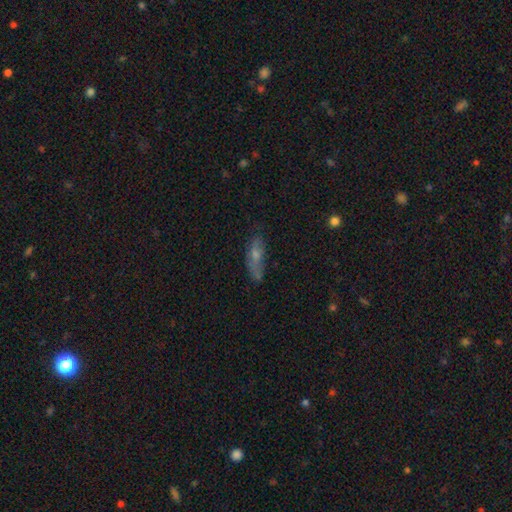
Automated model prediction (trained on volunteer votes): This is possibly a smooth galaxy (55%). How rounded: possibly cigar-shaped (49%). Merging: possibly none (57%).